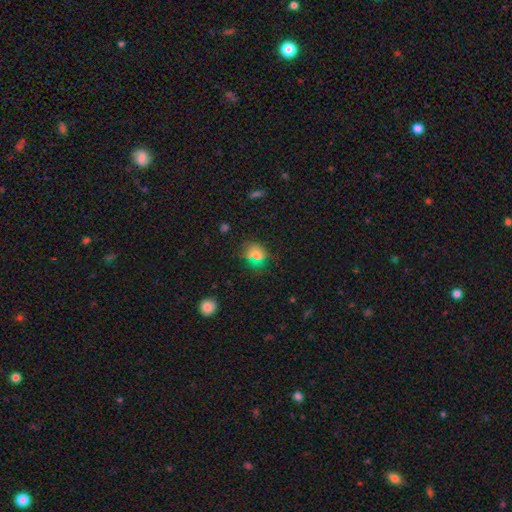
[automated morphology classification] This is likely a smooth galaxy (70%). How rounded: possibly round (60%). Merging: likely none (76%).